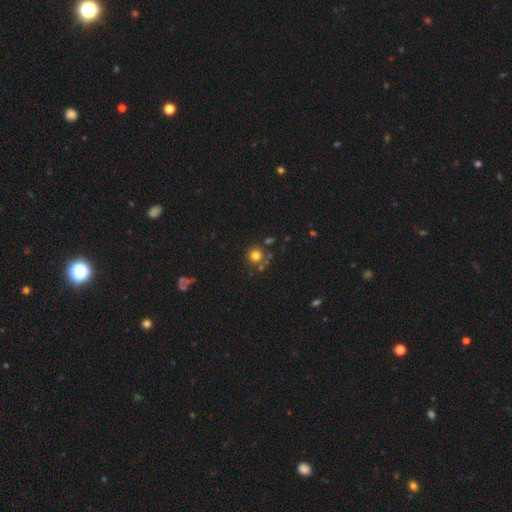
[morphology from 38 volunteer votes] Overall: smooth (84%). How rounded: round (94%). Merging: none (77%).